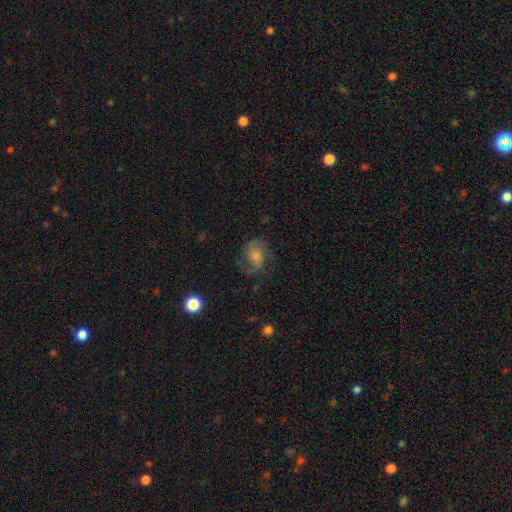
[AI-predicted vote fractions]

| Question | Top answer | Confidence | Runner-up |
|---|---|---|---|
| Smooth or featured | featured or disk | 65% | smooth (23%) |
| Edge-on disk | no | 97% | yes (3%) |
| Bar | no | 59% | weak (33%) |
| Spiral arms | yes | 92% | no (8%) |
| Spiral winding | medium | 50% | loose (27%) |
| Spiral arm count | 2 | 78% | can't tell (9%) |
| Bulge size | small | 41% | moderate (40%) |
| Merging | none | 70% | minor disturbance (17%) |